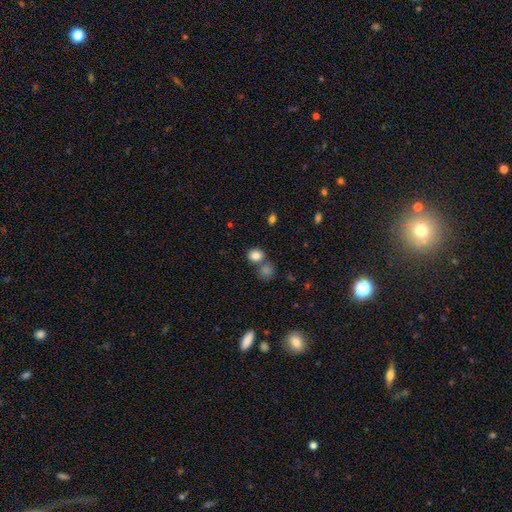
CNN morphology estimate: This appears to be a smooth galaxy with no disk features (83%) that is round (65%). Merging: none (58%).